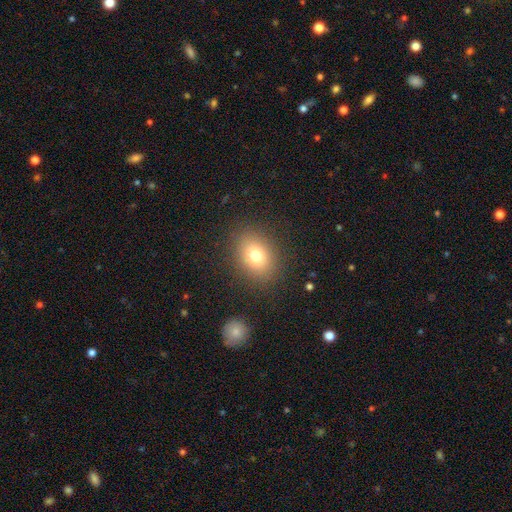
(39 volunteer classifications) Volunteers were most divided on "how rounded": in between: 61%, round: 39%, cigar-shaped: 0%. More confident: smooth or featured — smooth (85%); merging — none (84%).